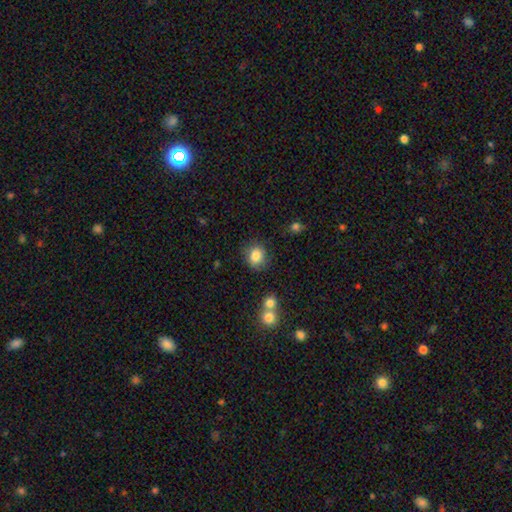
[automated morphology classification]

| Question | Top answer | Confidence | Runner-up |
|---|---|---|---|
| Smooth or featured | smooth | 84% | star or artifact (10%) |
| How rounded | round | 68% | in between (31%) |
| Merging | none | 79% | minor disturbance (13%) |